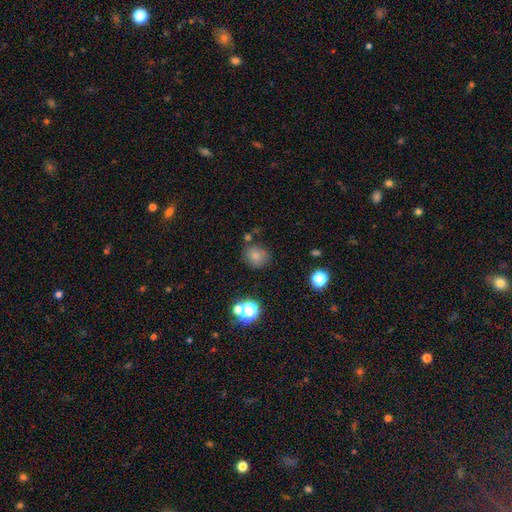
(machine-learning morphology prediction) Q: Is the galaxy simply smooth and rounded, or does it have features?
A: smooth — 75%.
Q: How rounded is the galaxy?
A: round — 80%.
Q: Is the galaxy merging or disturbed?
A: none — 73%.